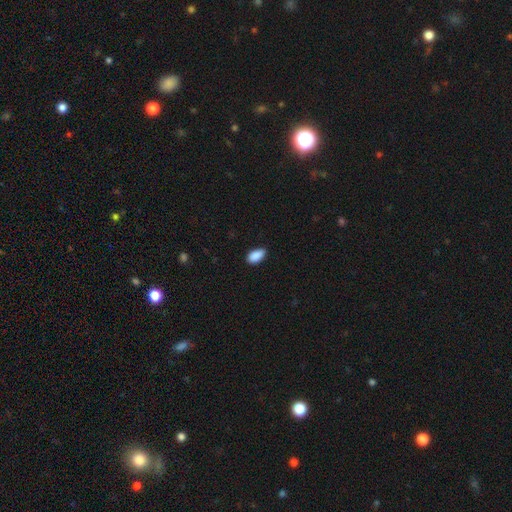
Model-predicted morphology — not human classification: smooth-or-featured: smooth: 90% | star or artifact: 7% | featured or disk: 3%
  how-rounded: in between: 93% | cigar-shaped: 4% | round: 4%
  merging: none: 82% | minor disturbance: 15% | major disturbance: 2% | merger: 1%